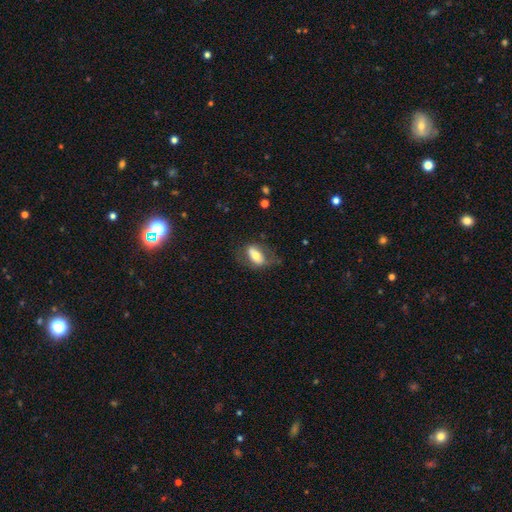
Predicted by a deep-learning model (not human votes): A smooth galaxy with no disk features (60%) that is in between round and cigar-shaped (86%).

Vote fractions:
- Smooth or featured? smooth: 60% / featured or disk: 33% / star or artifact: 7%
- How rounded? in between: 86% / cigar-shaped: 8% / round: 6%
- Merging? none: 58% / minor disturbance: 23% / major disturbance: 16% / merger: 3%